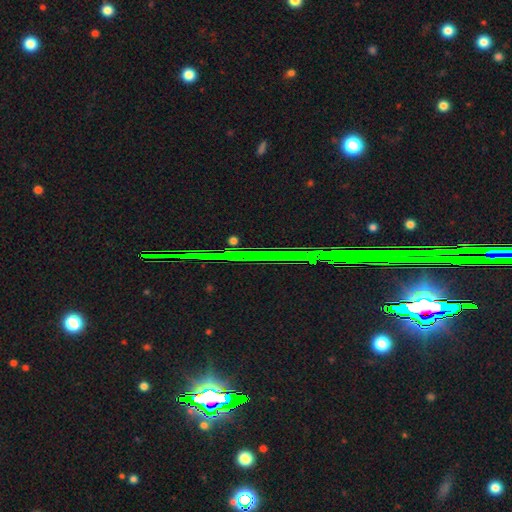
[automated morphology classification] smooth-or-featured: star or artifact: 82% | featured or disk: 10% | smooth: 8%